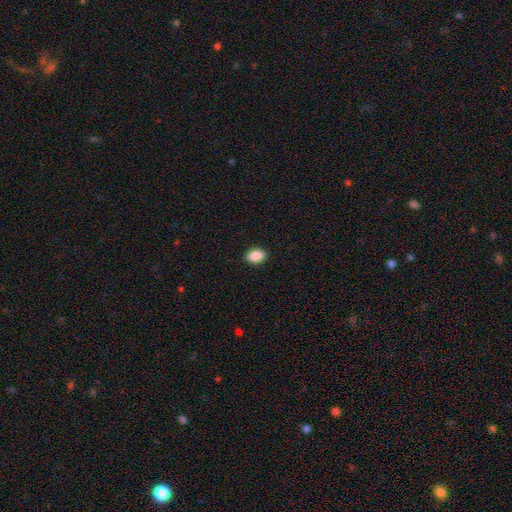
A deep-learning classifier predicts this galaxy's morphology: A smooth galaxy with no disk features (89%) that is in between round and cigar-shaped (80%). Merging: none (90%).